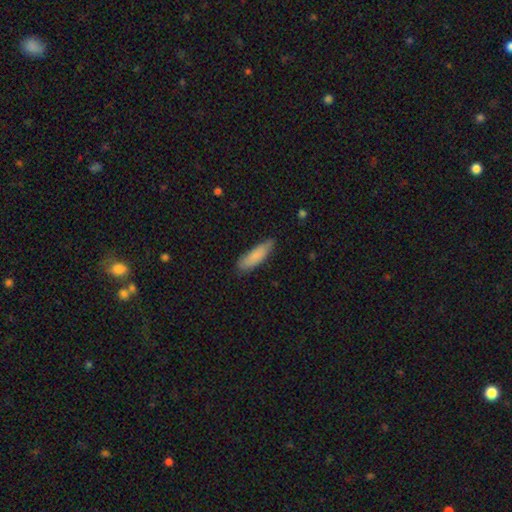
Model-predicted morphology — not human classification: Smooth or featured: smooth — 84% (featured or disk — 10%)
How rounded: cigar-shaped — 57% (in between — 42%)
Merging: none — 77% (minor disturbance — 19%)